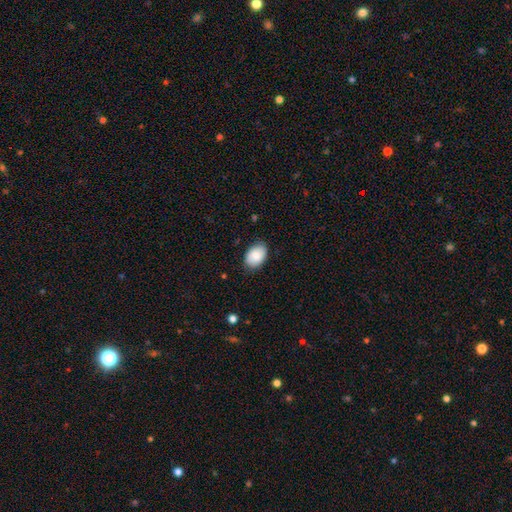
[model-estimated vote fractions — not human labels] The model was most divided on "merging": none: 81%, minor disturbance: 15%, major disturbance: 3%, merger: 1%. More confident: smooth or featured — smooth (86%); how rounded — in between (84%).